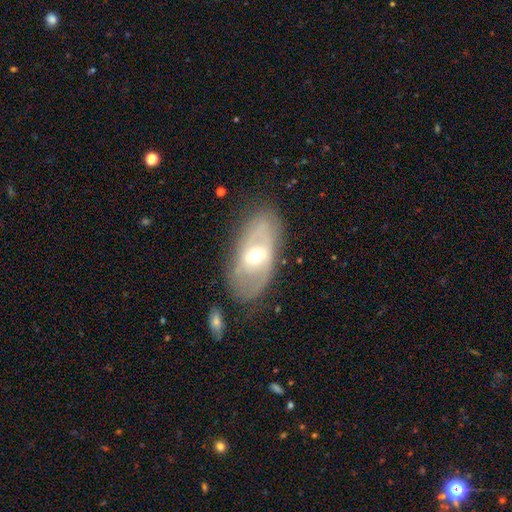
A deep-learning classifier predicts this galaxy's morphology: Smooth or featured?
  - featured or disk: 67% *
  - smooth: 26%
  - star or artifact: 7%
Edge-on disk?
  - no: 89% *
  - yes: 11%
Bar?
  - weak: 43% *
  - no: 37%
  - strong: 20%
Spiral arms?
  - yes: 58% *
  - no: 42%
Bulge size?
  - moderate: 65% *
  - small: 27%
  - large: 5%
  - dominant: 1%
  - none: 1%
Merging?
  - none: 76% *
  - minor disturbance: 15%
  - major disturbance: 6%
  - merger: 2%